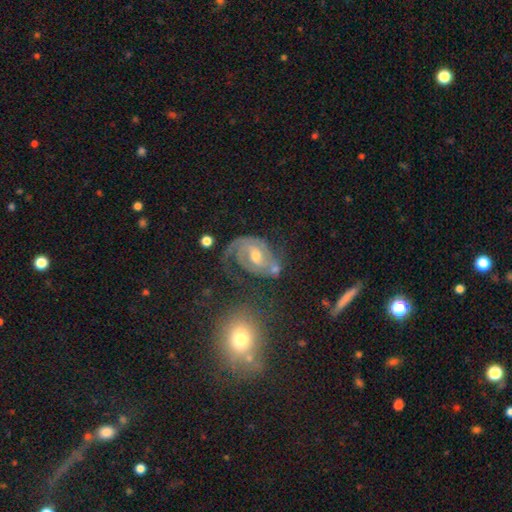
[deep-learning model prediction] featured or disk 83%, smooth 10%, star or artifact 7%. Down the decision tree: edge-on disk — no (96%); bar — weak (45%); spiral arms — yes (93%); spiral arm count — 2 (49%); spiral winding — tight (51%); bulge size — moderate (67%); merging — none (49%).